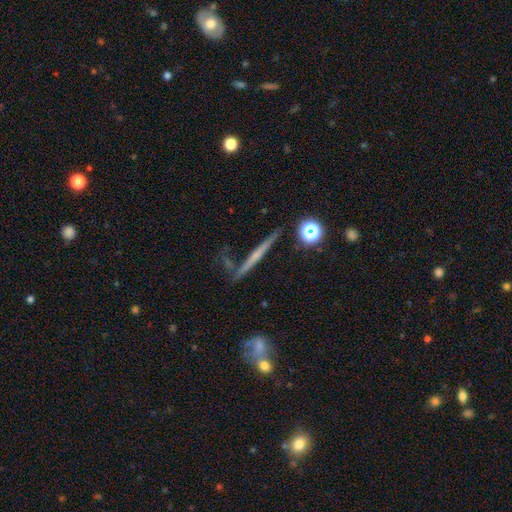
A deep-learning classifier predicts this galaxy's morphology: Smooth or featured: featured or disk — 62% (smooth — 27%)
Edge-on disk: yes — 95% (no — 5%)
Edge-on bulge: none — 54% (rounded — 38%)
Merging: none — 79% (minor disturbance — 12%)